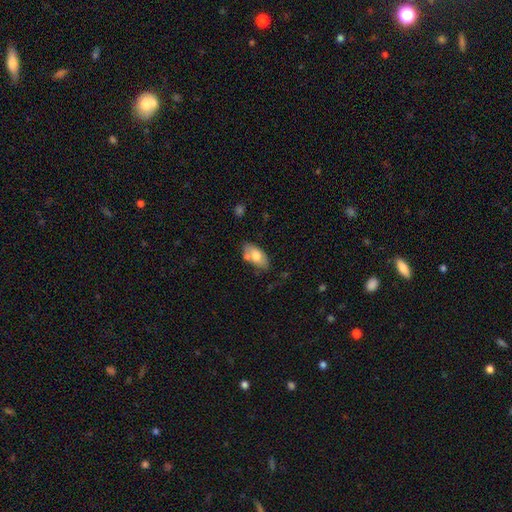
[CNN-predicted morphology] A smooth galaxy with no disk features (68%) that is in between round and cigar-shaped (93%).

Vote fractions:
- Smooth or featured? smooth: 68% / featured or disk: 26% / star or artifact: 6%
- How rounded? in between: 93% / cigar-shaped: 4% / round: 3%
- Merging? none: 65% / minor disturbance: 17% / merger: 14% / major disturbance: 4%